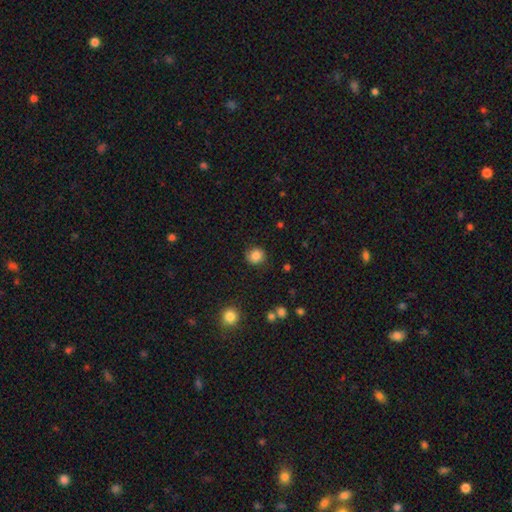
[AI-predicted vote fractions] smooth-or-featured: smooth: 85% | star or artifact: 10% | featured or disk: 6%
  how-rounded: round: 83% | in between: 16% | cigar-shaped: 1%
  merging: none: 81% | minor disturbance: 14% | major disturbance: 4% | merger: 1%